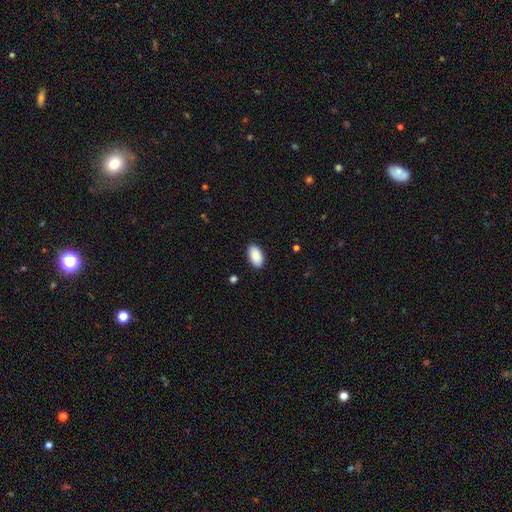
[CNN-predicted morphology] This appears to be a smooth galaxy with no disk features (89%) that is in between round and cigar-shaped (95%). Merging: none (89%).